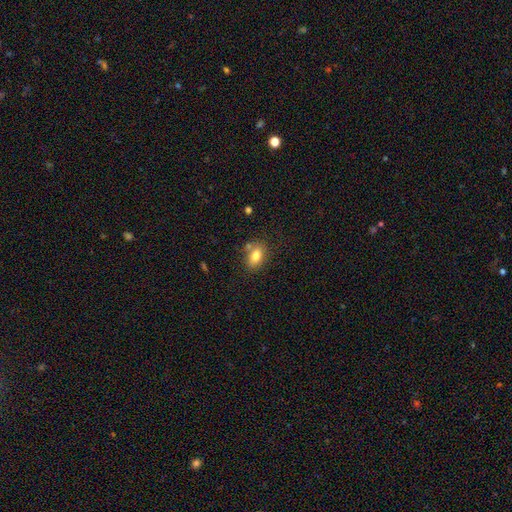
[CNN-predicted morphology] smooth-or-featured: smooth: 79% | featured or disk: 12% | star or artifact: 9%
  how-rounded: in between: 82% | round: 16% | cigar-shaped: 2%
  merging: none: 69% | minor disturbance: 15% | merger: 13% | major disturbance: 4%